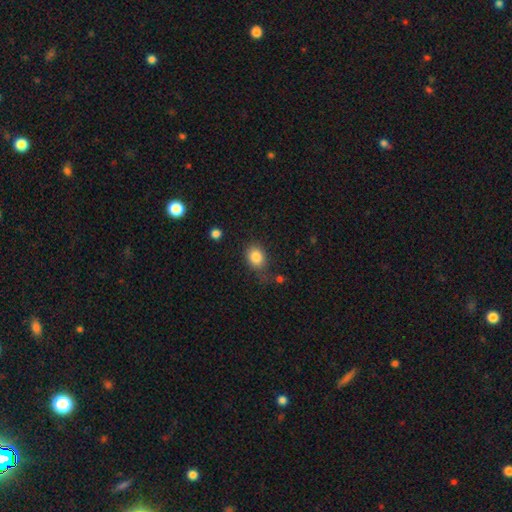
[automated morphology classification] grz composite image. It shows a smooth galaxy with no disk features (84%) that is in between round and cigar-shaped (53%). Merging: none (67%).